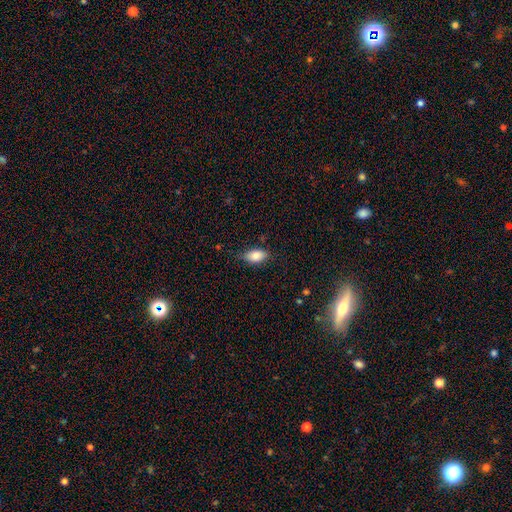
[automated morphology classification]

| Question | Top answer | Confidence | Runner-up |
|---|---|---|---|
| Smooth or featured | smooth | 83% | featured or disk (9%) |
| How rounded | in between | 90% | round (5%) |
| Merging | none | 78% | minor disturbance (18%) |